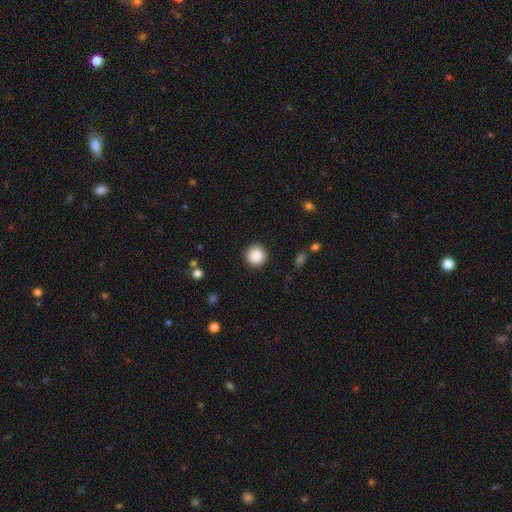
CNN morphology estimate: Overall: smooth (87%). How rounded: round (95%). Merging: none (91%).